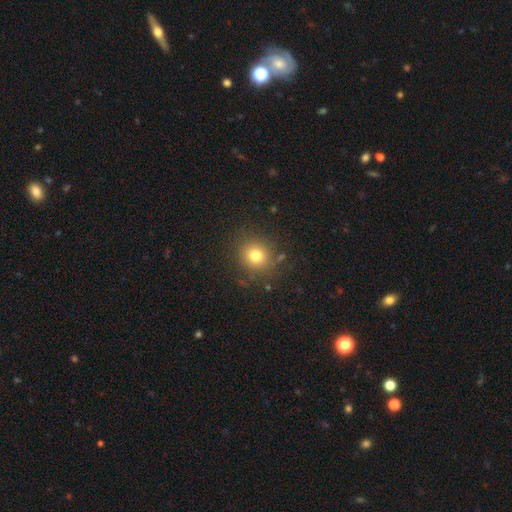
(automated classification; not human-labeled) Smooth or featured? Predicted: smooth (p=0.77). How rounded? Predicted: round (p=0.85). Merging? Predicted: none (p=0.85).